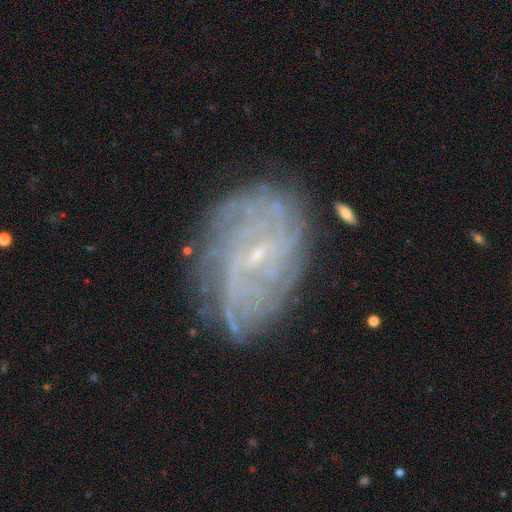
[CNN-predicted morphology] Smooth or featured? Predicted: featured or disk (p=0.80). Edge-on disk? Predicted: no (p=0.97). Bar? Predicted: weak (p=0.50). Spiral arms? Predicted: yes (p=0.88). Spiral winding? Predicted: tight (p=0.60). Spiral arm count? Predicted: can't tell (p=0.48). Bulge size? Predicted: small (p=0.85). Merging? Predicted: none (p=0.71).